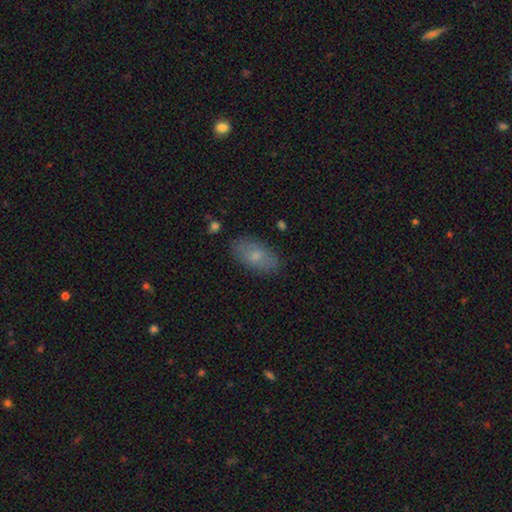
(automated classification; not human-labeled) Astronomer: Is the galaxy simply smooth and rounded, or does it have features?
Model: smooth — 74%.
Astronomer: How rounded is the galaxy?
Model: in between — 92%.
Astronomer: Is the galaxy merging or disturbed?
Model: none — 83%.